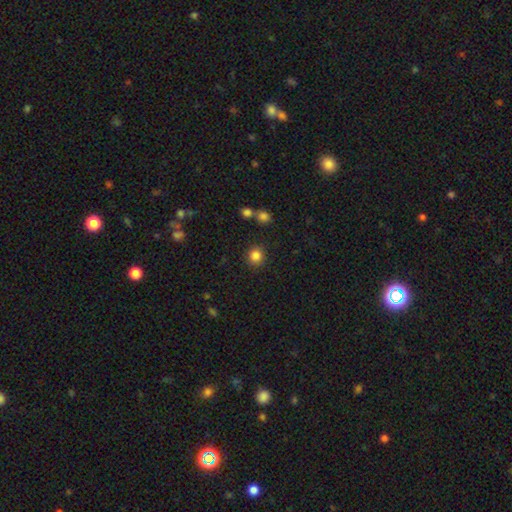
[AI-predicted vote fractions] Overall: smooth (84%). How rounded: round (89%). Merging: none (87%).